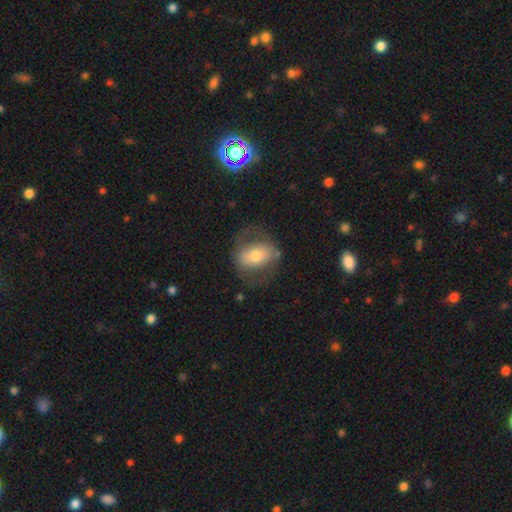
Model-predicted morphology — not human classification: smooth-or-featured: smooth: 50% | featured or disk: 44% | star or artifact: 7%
  merging: none: 63% | minor disturbance: 19% | major disturbance: 16% | merger: 2%